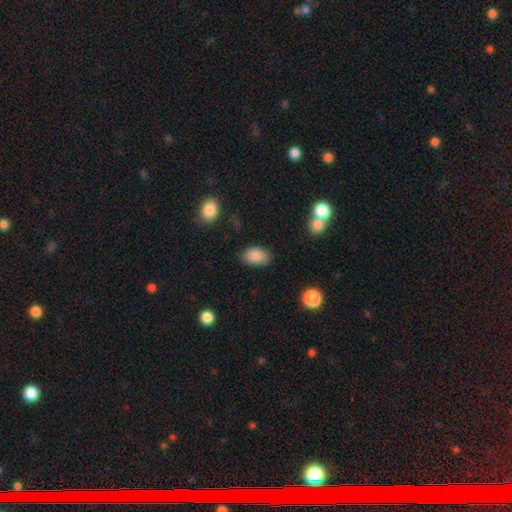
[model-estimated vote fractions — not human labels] Morphology: type=smooth (87%); roundness=in between (91%); merging=none (82%).